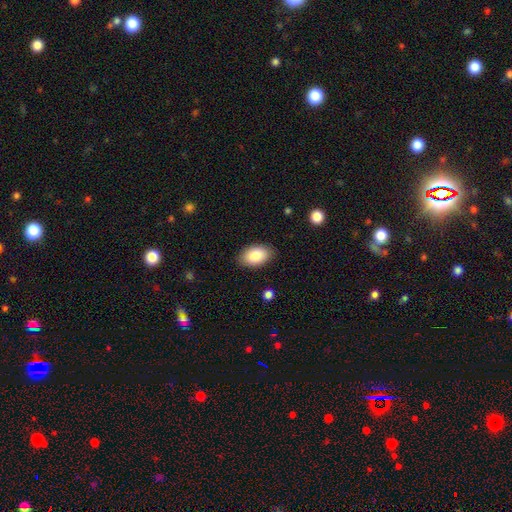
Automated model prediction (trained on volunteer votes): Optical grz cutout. It shows a smooth galaxy with no disk features (87%) that is in between round and cigar-shaped (93%). Merging: none (86%).